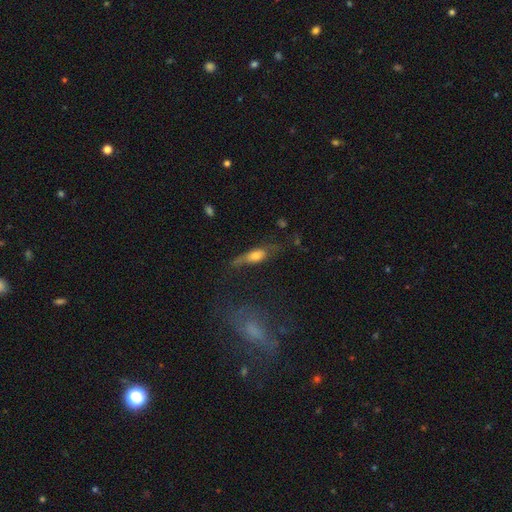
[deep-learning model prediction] The model was most divided on "merging": none: 43%, minor disturbance: 29%, major disturbance: 24%, merger: 4%. More confident: smooth or featured — smooth (57%); how rounded — in between (55%).